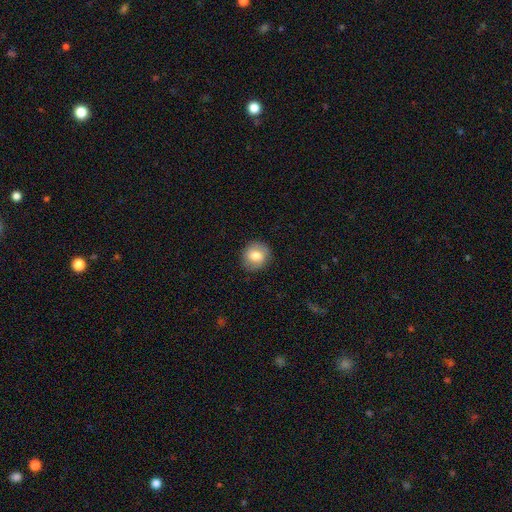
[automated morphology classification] Smooth or featured? smooth (75%)
How rounded? round (81%)
Merging? none (84%)